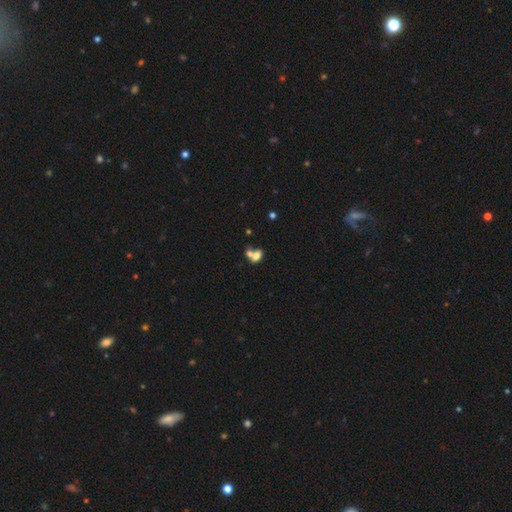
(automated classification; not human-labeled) A smooth galaxy with no disk features (70%) that is in between round and cigar-shaped (73%). Merging: merger (64%).